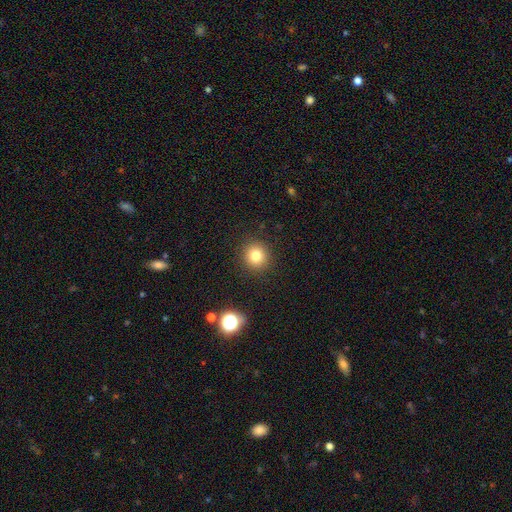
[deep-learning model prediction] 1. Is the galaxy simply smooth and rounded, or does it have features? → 79% smooth, 13% star or artifact, 8% featured or disk.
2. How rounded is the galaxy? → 92% round, 7% in between, 1% cigar-shaped.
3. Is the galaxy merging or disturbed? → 90% none, 6% minor disturbance, 2% major disturbance, 1% merger.